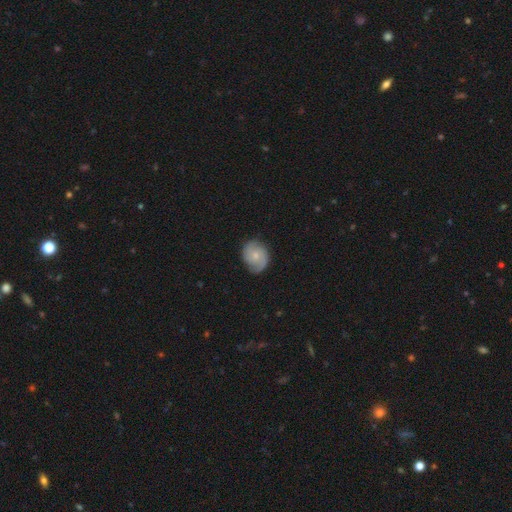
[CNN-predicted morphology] A featured or disk galaxy (60%) with no bar (70%), 2 (74%) medium (44%) spiral arms (91%) and a small central bulge (56%). Merging: none (74%).